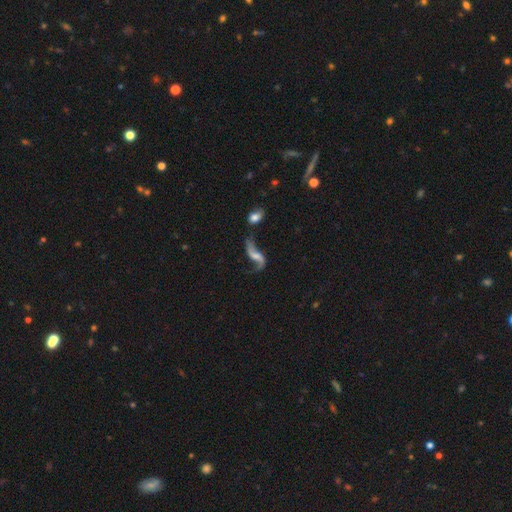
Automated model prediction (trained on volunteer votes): A featured or disk galaxy (82%) with no bar (43%), 2 (89%) loose (91%) spiral arms (92%) and a small central bulge (37%).

Vote fractions:
- Smooth or featured? featured or disk: 82% / smooth: 11% / star or artifact: 7%
- Edge-on disk? no: 94% / yes: 6%
- Bar? no: 43% / weak: 41% / strong: 16%
- Spiral arms? yes: 92% / no: 8%
- Spiral winding? loose: 91% / medium: 7% / tight: 2%
- Spiral arm count? 2: 89% / 1: 6% / can't tell: 2% / 3: 1% / 4: 1% / more than 4: 1%
- Bulge size? small: 37% / none: 32% / moderate: 25% / large: 5% / dominant: 2%
- Merging? none: 50% / minor disturbance: 18% / major disturbance: 17% / merger: 15%